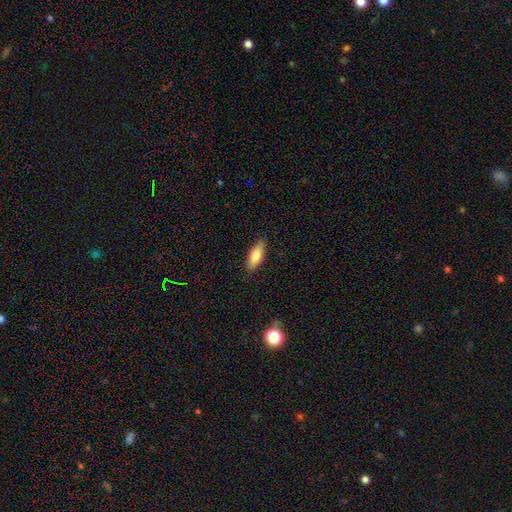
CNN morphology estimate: Overall: smooth (81%). How rounded: in between (77%). Merging: none (86%).